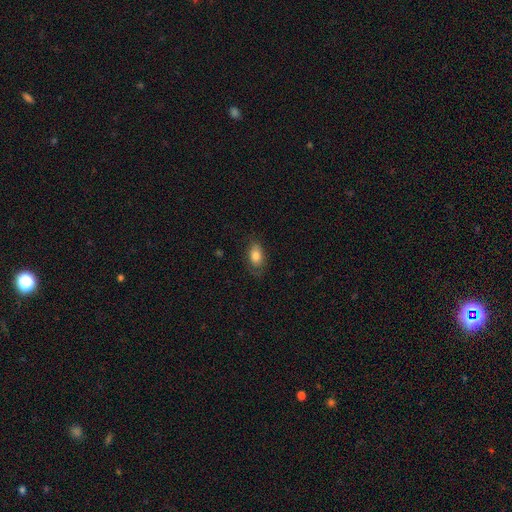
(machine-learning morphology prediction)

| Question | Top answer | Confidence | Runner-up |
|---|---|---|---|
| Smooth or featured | smooth | 78% | featured or disk (14%) |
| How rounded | in between | 89% | round (8%) |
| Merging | none | 72% | minor disturbance (20%) |